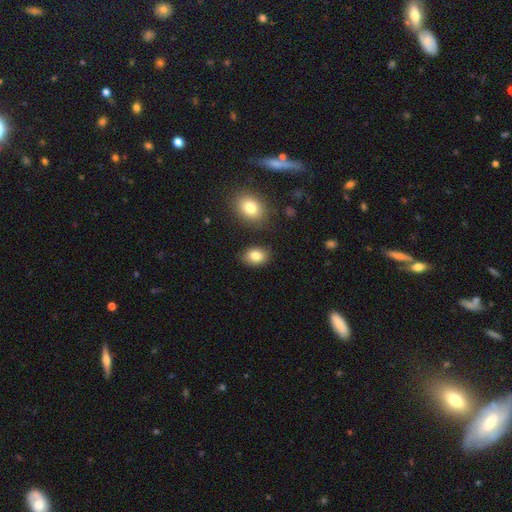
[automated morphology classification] type=smooth (83%); roundness=in between (76%); merging=none (84%).